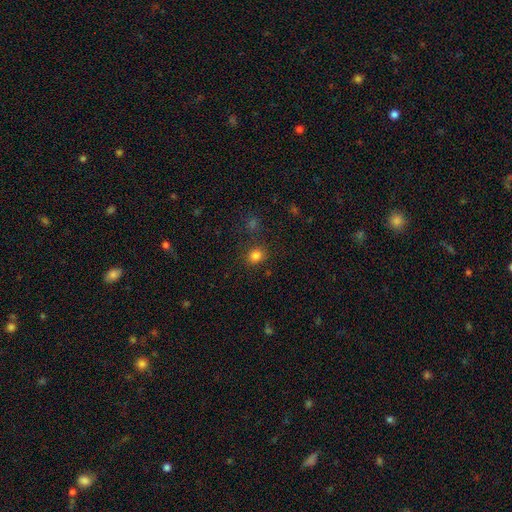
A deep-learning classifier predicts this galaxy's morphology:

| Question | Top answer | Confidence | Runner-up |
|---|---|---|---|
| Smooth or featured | smooth | 82% | star or artifact (14%) |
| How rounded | round | 71% | in between (28%) |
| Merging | none | 83% | minor disturbance (9%) |